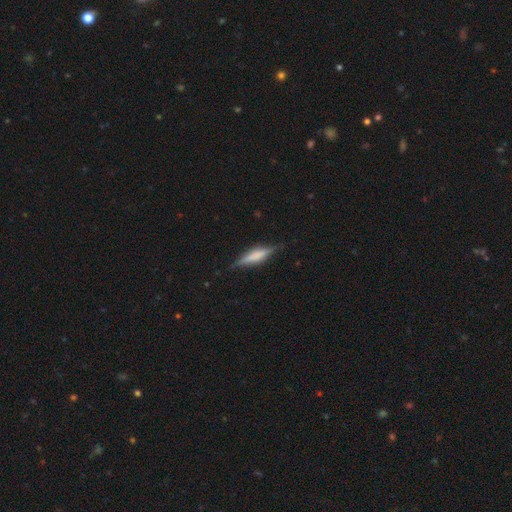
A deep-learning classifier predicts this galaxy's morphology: Q: Smooth or featured?
A: featured or disk (52%); runner-up: smooth (41%)
Q: Edge-on disk?
A: yes (95%); runner-up: no (5%)
Q: Merging?
A: none (83%); runner-up: minor disturbance (13%)